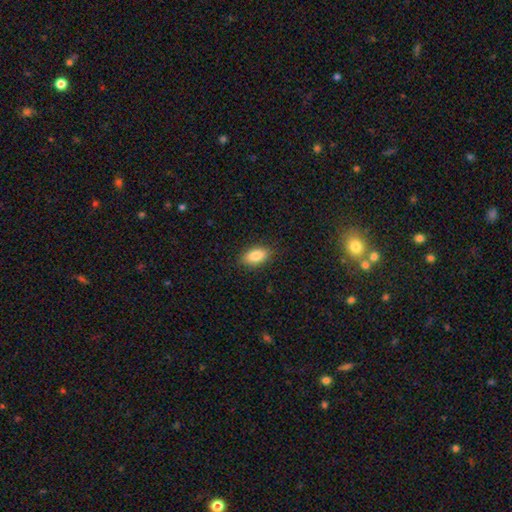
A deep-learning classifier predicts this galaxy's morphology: smooth 86%, star or artifact 7%, featured or disk 7%. Down the decision tree: how rounded — in between (91%); merging — none (87%).